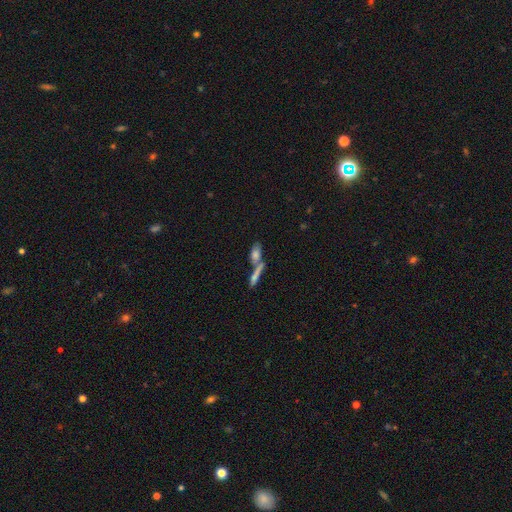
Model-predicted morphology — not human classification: Smooth or featured? smooth (54%)
How rounded? in between (46%)
Merging? merger (44%)